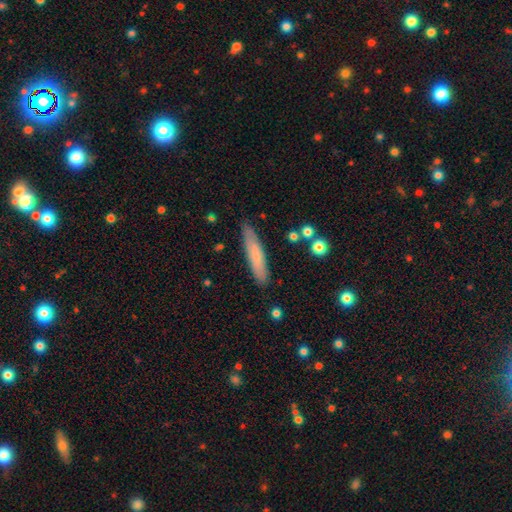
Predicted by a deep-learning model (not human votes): A smooth galaxy with no disk features (72%) that is cigar-shaped (87%). Merging: none (86%).